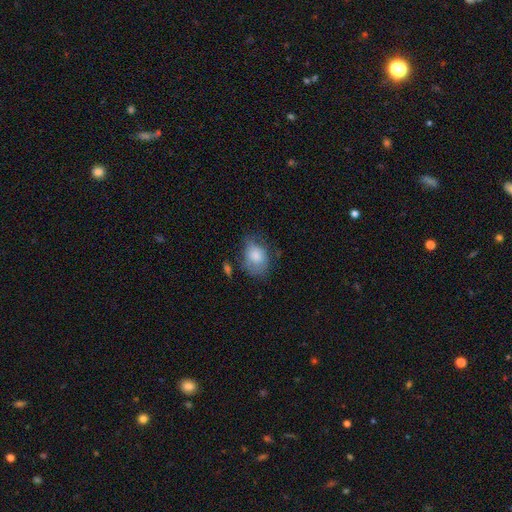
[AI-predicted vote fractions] Smooth or featured? smooth (77%)
How rounded? in between (70%)
Merging? none (48%)